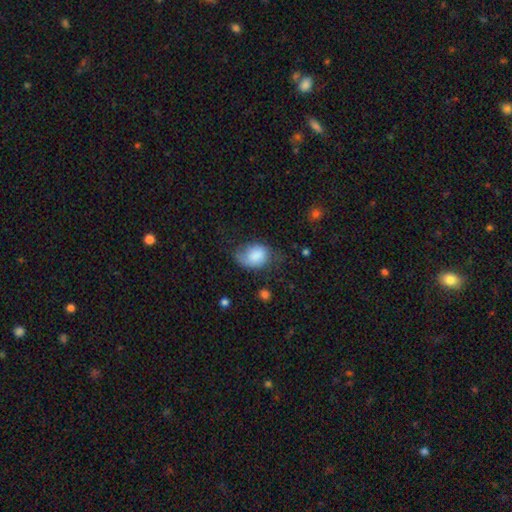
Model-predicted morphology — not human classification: smooth_or_featured: smooth (p=0.71) [alt: featured or disk p=0.22]
how_rounded: in between (p=0.67) [alt: round p=0.32]
merging: none (p=0.41) [alt: minor disturbance p=0.35]